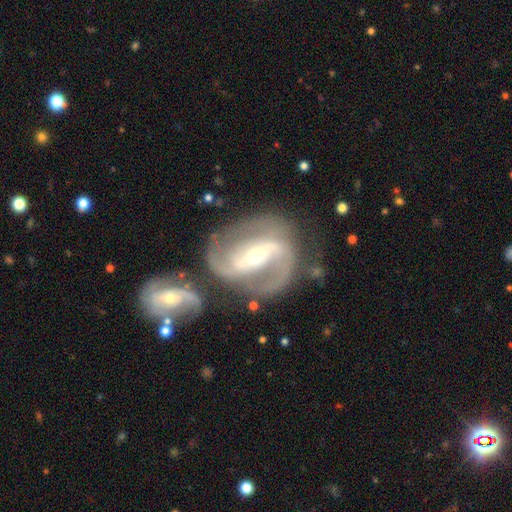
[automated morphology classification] Overall: featured or disk (90%). Edge-on disk: no (97%). Bar: strong (61%; weak 26%). Spiral arms: yes (96%). Spiral arm count: 2 (88%). Spiral winding: medium (56%; tight 25%). Bulge size: small (56%; moderate 41%). Merging: none (54%; merger 25%).